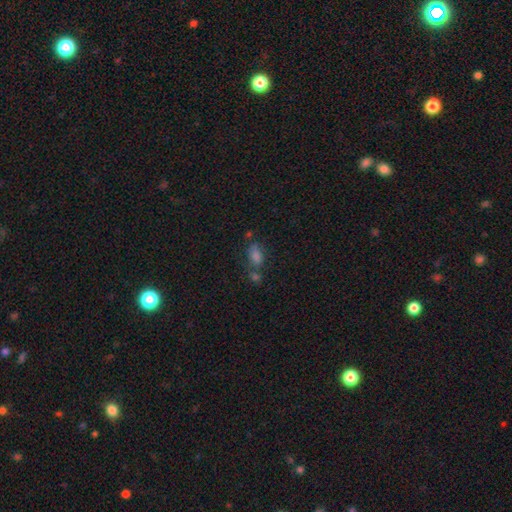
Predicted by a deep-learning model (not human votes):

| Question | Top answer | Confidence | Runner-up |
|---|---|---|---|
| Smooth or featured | smooth | 63% | star or artifact (25%) |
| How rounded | in between | 82% | round (13%) |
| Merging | none | 51% | merger (26%) |